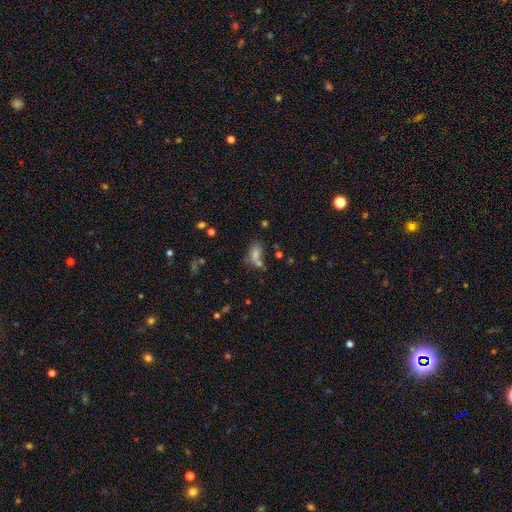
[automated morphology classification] Smooth or featured? smooth (72%)
How rounded? in between (84%)
Merging? none (38%)